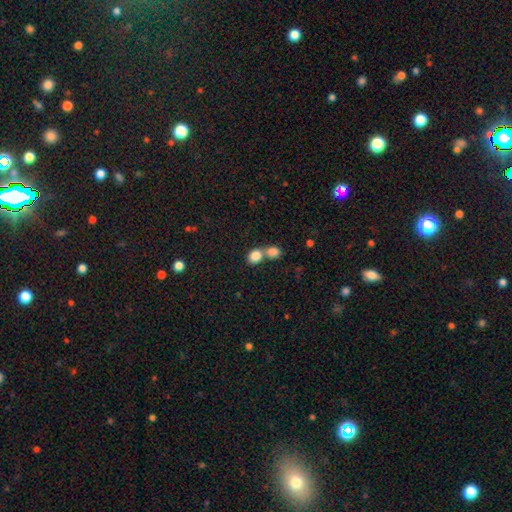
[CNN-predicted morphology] Overall: smooth (84%). How rounded: round (53%; in between 46%). Merging: merger (56%; none 34%).